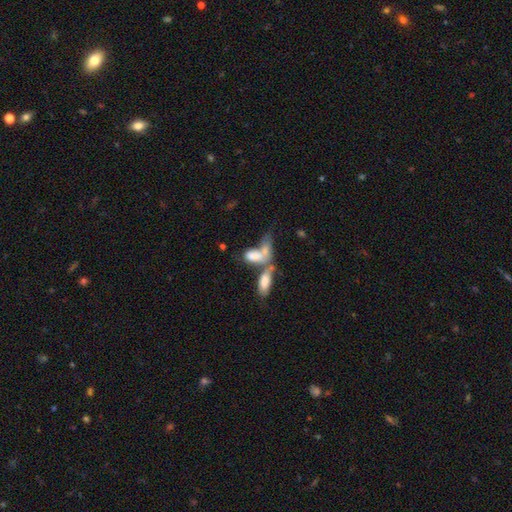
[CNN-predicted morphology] Smooth or featured? Predicted: smooth (p=0.72). How rounded? Predicted: in between (p=0.85). Merging? Predicted: merger (p=0.65).